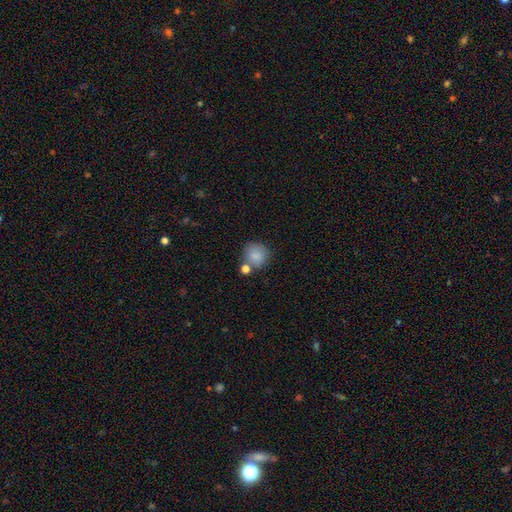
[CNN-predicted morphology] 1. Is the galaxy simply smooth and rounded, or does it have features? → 83% smooth, 9% star or artifact, 8% featured or disk.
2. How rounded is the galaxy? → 88% round, 11% in between, 1% cigar-shaped.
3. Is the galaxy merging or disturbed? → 64% none, 19% merger, 13% minor disturbance, 4% major disturbance.